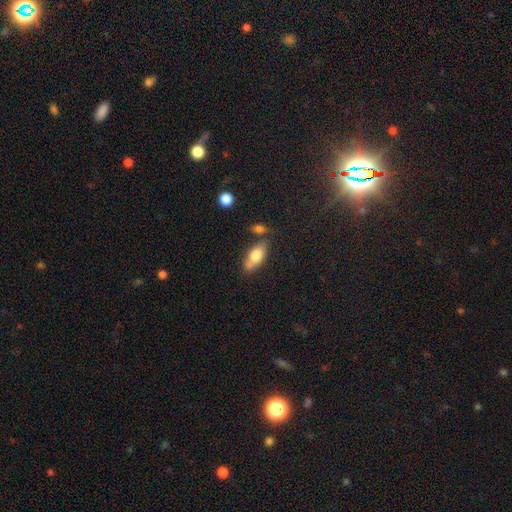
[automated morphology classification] The model was most divided on "merging": none: 64%, minor disturbance: 19%, merger: 12%, major disturbance: 5%. More confident: how rounded — in between (82%); smooth or featured — smooth (73%).